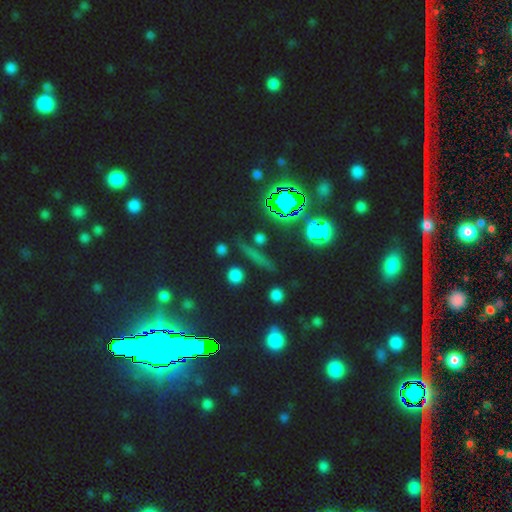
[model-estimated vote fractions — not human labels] smooth_or_featured: star or artifact (p=0.48) [alt: smooth p=0.31]